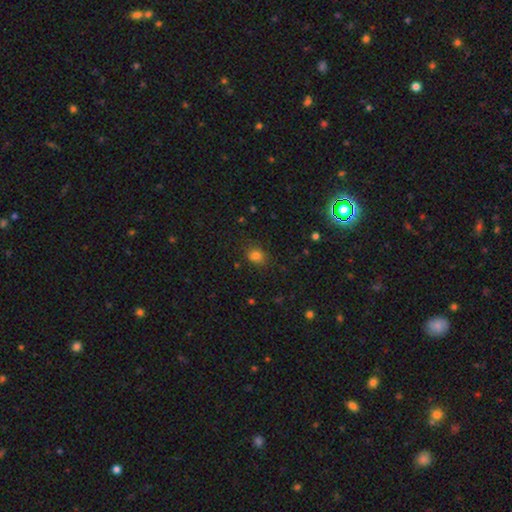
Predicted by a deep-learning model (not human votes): This appears to be a smooth galaxy with no disk features (80%) that is round (51%). Merging: none (76%).